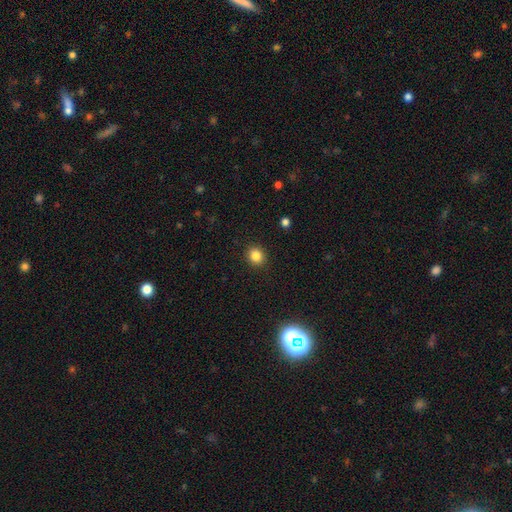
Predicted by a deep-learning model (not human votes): Smooth or featured?
  - smooth: 84% *
  - star or artifact: 11%
  - featured or disk: 5%
How rounded?
  - round: 80% *
  - in between: 19%
  - cigar-shaped: 1%
Merging?
  - none: 92% *
  - minor disturbance: 5%
  - major disturbance: 2%
  - merger: 1%